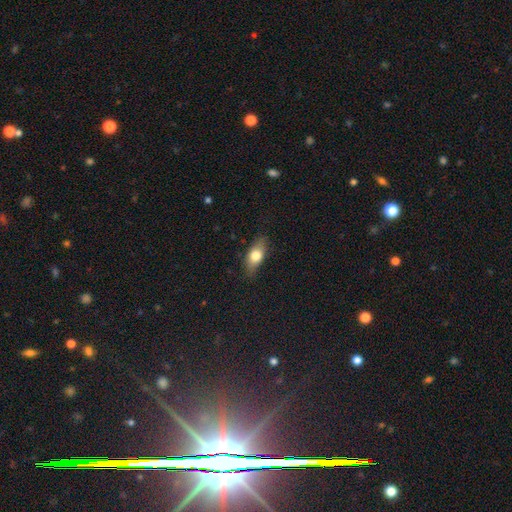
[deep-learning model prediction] Q: Smooth or featured?
A: smooth (71%); runner-up: featured or disk (21%)
Q: How rounded?
A: in between (81%); runner-up: cigar-shaped (11%)
Q: Merging?
A: none (78%); runner-up: minor disturbance (17%)